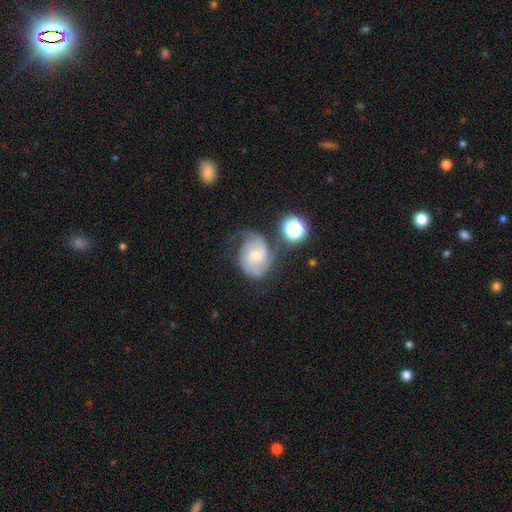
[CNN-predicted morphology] Smooth or featured? Predicted: featured or disk (p=0.80). Edge-on disk? Predicted: no (p=0.98). Bar? Predicted: no (p=0.48). Spiral arms? Predicted: yes (p=0.96). Spiral winding? Predicted: medium (p=0.46). Spiral arm count? Predicted: 2 (p=0.45). Bulge size? Predicted: moderate (p=0.46). Merging? Predicted: none (p=0.51).